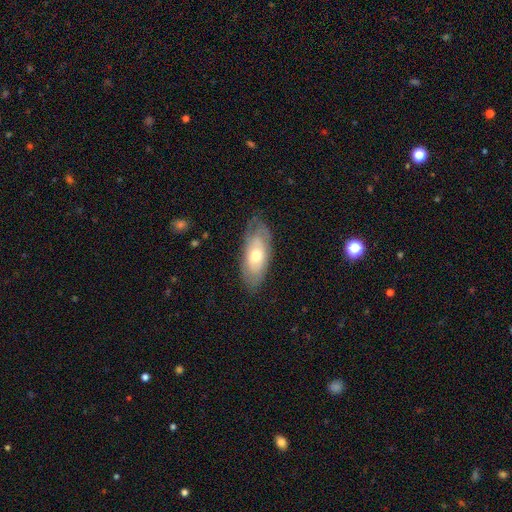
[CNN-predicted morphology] type=featured or disk (50%); merging=none (72%).